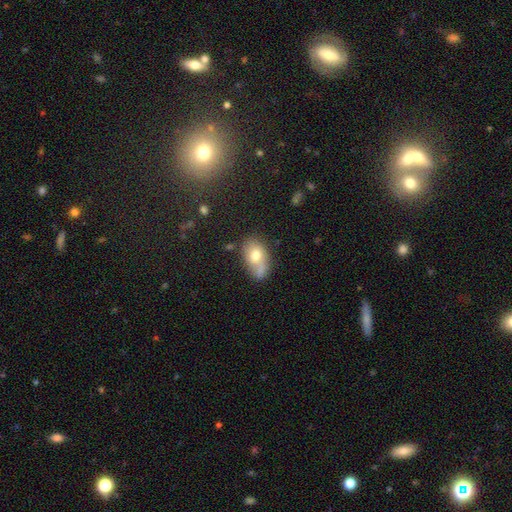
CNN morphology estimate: This appears to be a smooth galaxy with no disk features (70%) that is in between round and cigar-shaped (84%). Merging: none (45%).